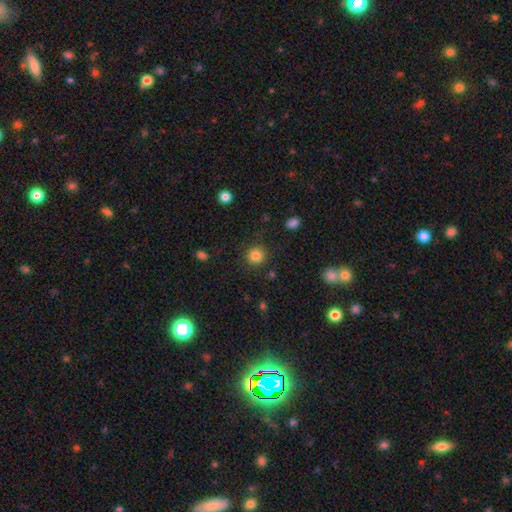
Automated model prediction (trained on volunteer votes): Q: Smooth or featured?
A: smooth (84%); runner-up: star or artifact (11%)
Q: How rounded?
A: round (93%); runner-up: in between (6%)
Q: Merging?
A: none (89%); runner-up: minor disturbance (7%)